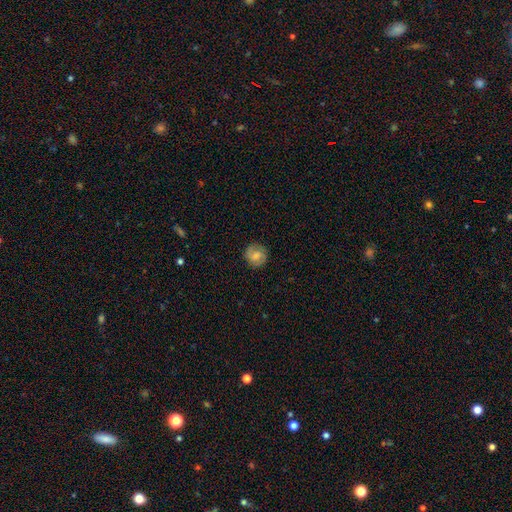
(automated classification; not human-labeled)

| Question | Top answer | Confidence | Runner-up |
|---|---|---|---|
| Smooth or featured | smooth | 62% | featured or disk (30%) |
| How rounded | round | 87% | in between (12%) |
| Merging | none | 81% | minor disturbance (14%) |